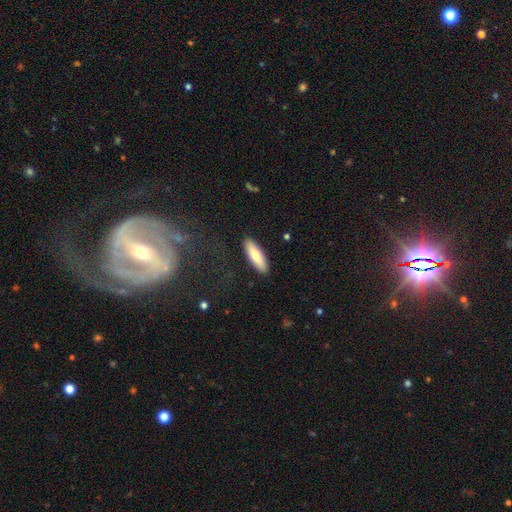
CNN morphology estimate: Q: Smooth or featured?
A: smooth (76%); runner-up: featured or disk (18%)
Q: How rounded?
A: cigar-shaped (52%); runner-up: in between (46%)
Q: Merging?
A: none (89%); runner-up: minor disturbance (8%)